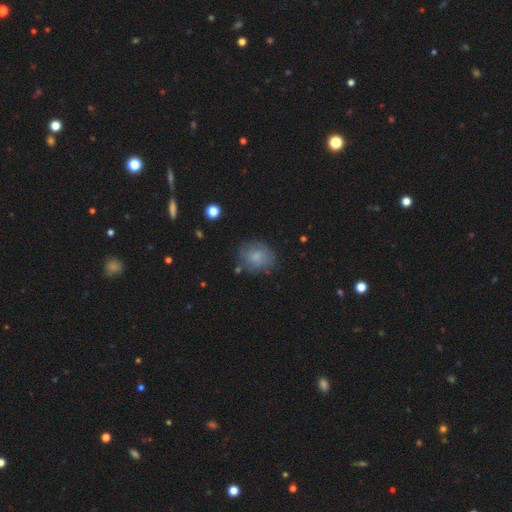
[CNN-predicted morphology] Smooth or featured?
  - smooth: 69% *
  - featured or disk: 21%
  - star or artifact: 10%
How rounded?
  - round: 56% *
  - in between: 42%
  - cigar-shaped: 1%
Merging?
  - none: 70% *
  - minor disturbance: 21%
  - major disturbance: 7%
  - merger: 3%